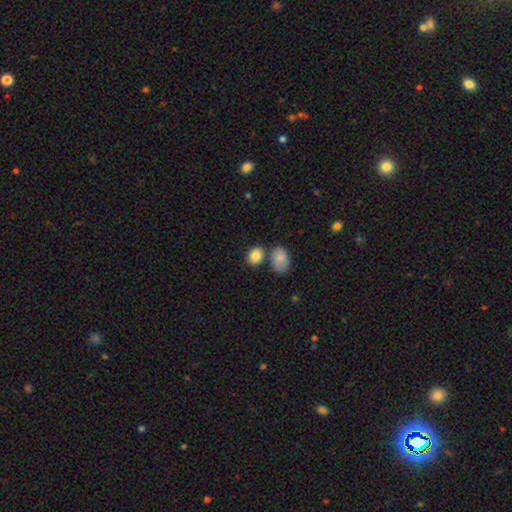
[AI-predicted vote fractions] Smooth or featured: smooth — 85% (star or artifact — 8%)
How rounded: in between — 50% (round — 49%)
Merging: none — 63% (merger — 22%)